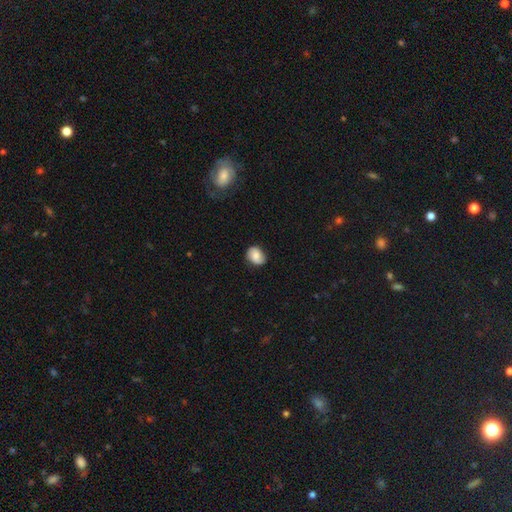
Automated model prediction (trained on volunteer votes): Smooth or featured?
  - smooth: 68% *
  - featured or disk: 24%
  - star or artifact: 8%
How rounded?
  - in between: 57% *
  - round: 41%
  - cigar-shaped: 1%
Merging?
  - none: 78% *
  - minor disturbance: 17%
  - major disturbance: 3%
  - merger: 1%